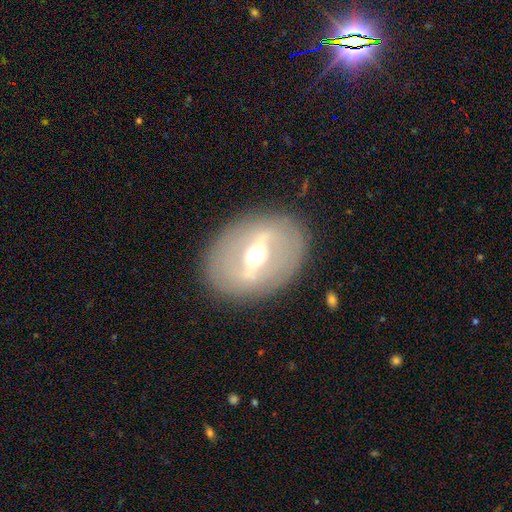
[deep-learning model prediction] Q: Smooth or featured?
A: featured or disk (77%); runner-up: smooth (17%)
Q: Edge-on disk?
A: no (83%); runner-up: yes (17%)
Q: Bar?
A: strong (67%); runner-up: weak (25%)
Q: Spiral arms?
A: no (68%); runner-up: yes (32%)
Q: Bulge size?
A: moderate (72%); runner-up: small (14%)
Q: Merging?
A: none (85%); runner-up: minor disturbance (9%)